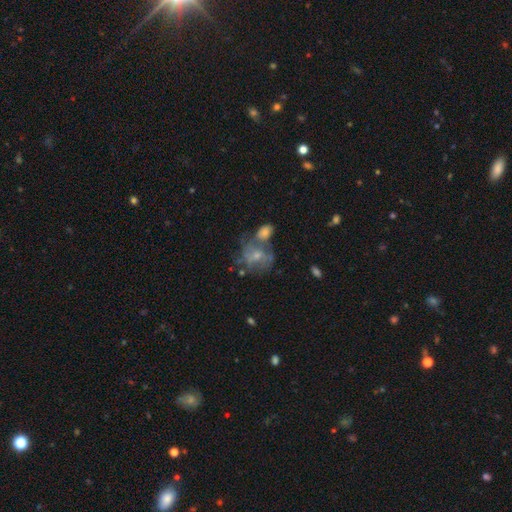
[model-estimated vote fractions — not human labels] This appears to be a featured or disk galaxy (49%). Merging: merger (36%).